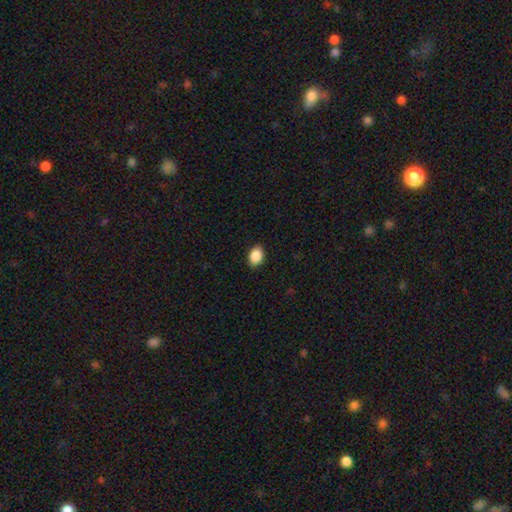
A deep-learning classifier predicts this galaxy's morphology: Smooth or featured?
  - smooth: 89% *
  - star or artifact: 8%
  - featured or disk: 3%
How rounded?
  - in between: 79% *
  - round: 20%
  - cigar-shaped: 1%
Merging?
  - none: 89% *
  - minor disturbance: 8%
  - major disturbance: 2%
  - merger: 1%